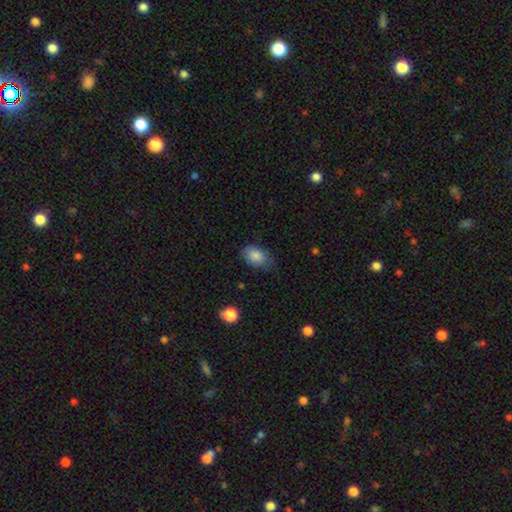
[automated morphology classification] A smooth galaxy with no disk features (86%) that is in between round and cigar-shaped (85%). Merging: none (69%).